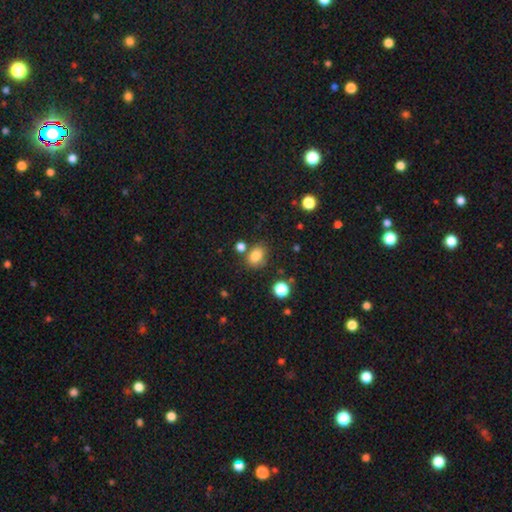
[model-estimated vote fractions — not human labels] Overall: smooth (81%). How rounded: in between (55%; round 44%). Merging: none (69%).